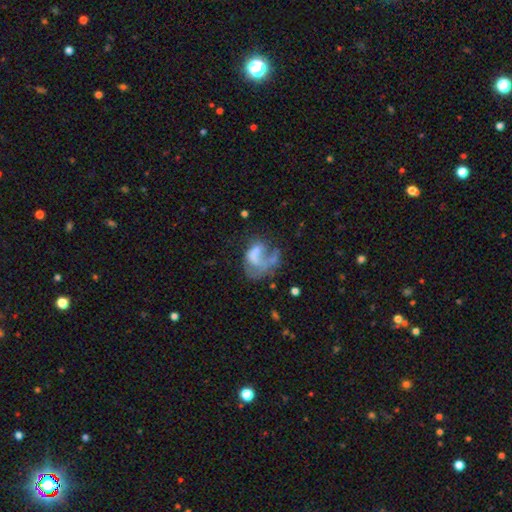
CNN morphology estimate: smooth_or_featured: featured or disk (p=0.54) [alt: smooth p=0.36]
disk_edge_on: no (p=0.98) [alt: yes p=0.02]
bar: no (p=0.77) [alt: weak p=0.17]
has_spiral_arms: no (p=0.64) [alt: yes p=0.36]
bulge_size: none (p=0.59) [alt: moderate p=0.16]
merging: major disturbance (p=0.49) [alt: none p=0.22]